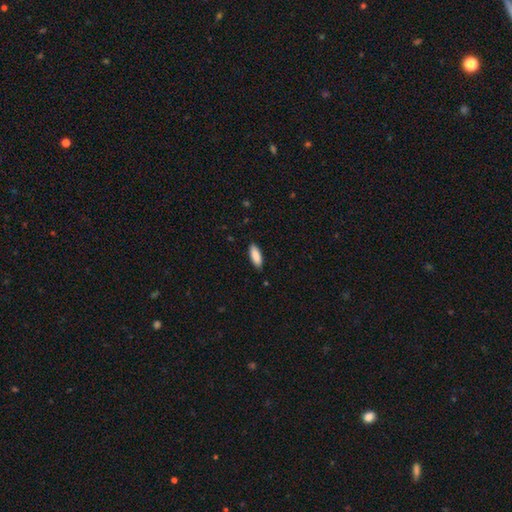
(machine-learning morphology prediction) Smooth or featured? smooth (89%)
How rounded? in between (69%)
Merging? none (88%)